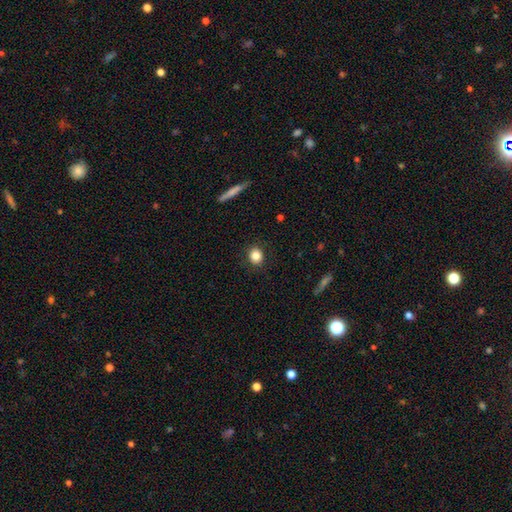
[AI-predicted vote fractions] smooth_or_featured: smooth (p=0.84) [alt: star or artifact p=0.10]
how_rounded: round (p=0.76) [alt: in between p=0.23]
merging: none (p=0.89) [alt: minor disturbance p=0.07]